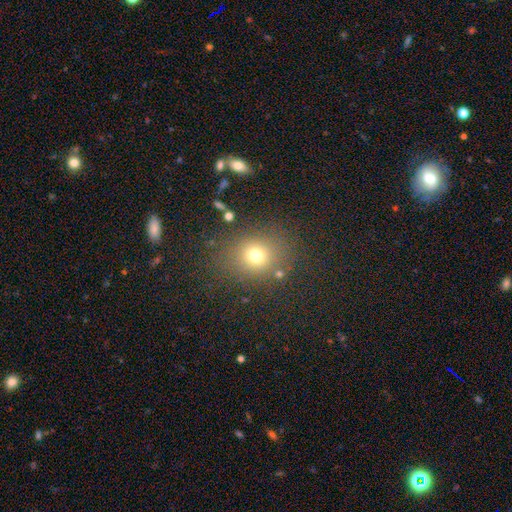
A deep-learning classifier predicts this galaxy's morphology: Q: Smooth or featured?
A: smooth (71%); runner-up: star or artifact (19%)
Q: How rounded?
A: round (73%); runner-up: in between (26%)
Q: Merging?
A: none (81%); runner-up: minor disturbance (11%)